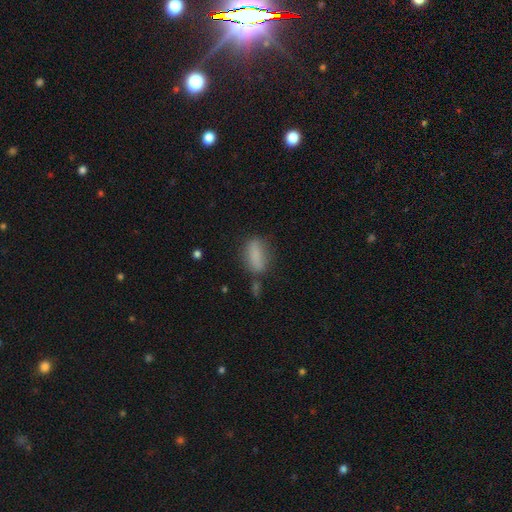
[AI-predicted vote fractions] A smooth galaxy with no disk features (79%) that is in between round and cigar-shaped (76%). Merging: none (62%).